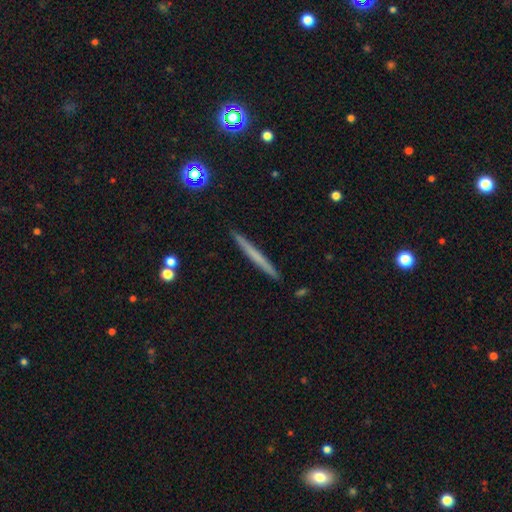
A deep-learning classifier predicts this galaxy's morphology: Smooth or featured: smooth — 52% (featured or disk — 41%)
How rounded: cigar-shaped — 97% (in between — 2%)
Merging: none — 92% (minor disturbance — 6%)